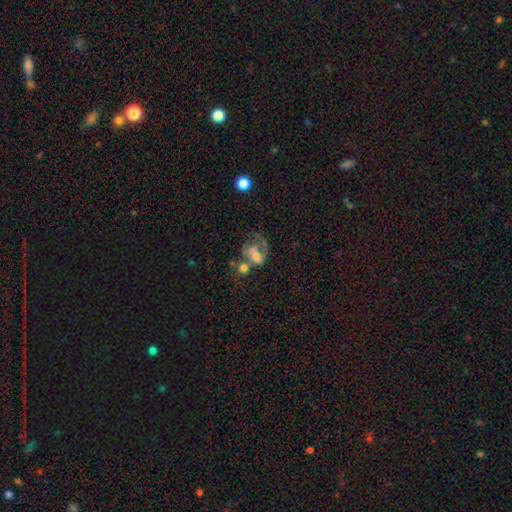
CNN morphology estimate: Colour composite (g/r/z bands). It shows a featured or disk galaxy (53%) with no bar (63%), spiral arms (53%) and a moderate central bulge (50%). Merging: major disturbance (34%).